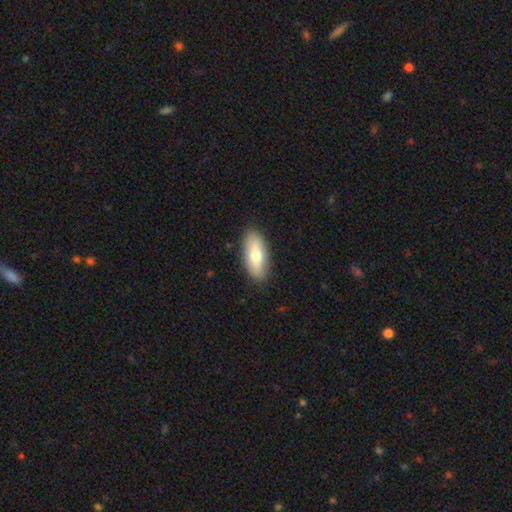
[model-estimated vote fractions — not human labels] Overall: smooth (69%). How rounded: in between (82%). Merging: none (87%).